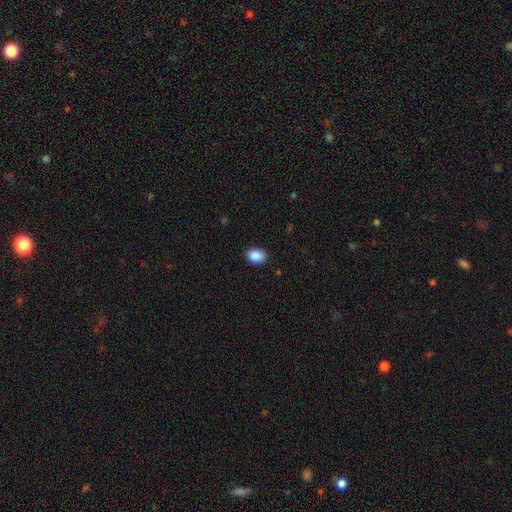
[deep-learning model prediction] A smooth galaxy with no disk features (90%) that is in between round and cigar-shaped (71%).

Vote fractions:
- Smooth or featured? smooth: 90% / star or artifact: 8% / featured or disk: 3%
- How rounded? in between: 71% / round: 29% / cigar-shaped: 1%
- Merging? none: 88% / minor disturbance: 9% / major disturbance: 2% / merger: 1%